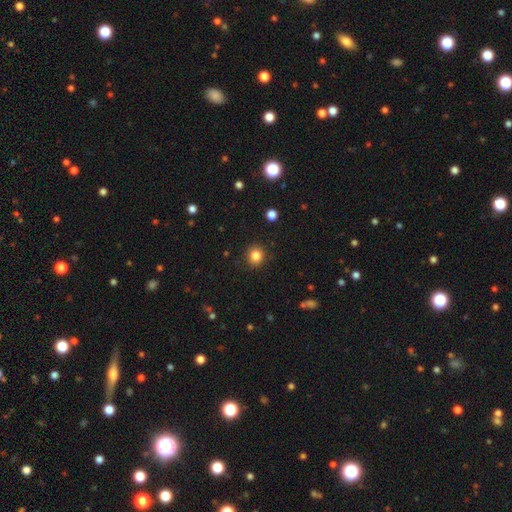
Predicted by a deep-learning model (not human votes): Smooth or featured? smooth (84%)
How rounded? round (89%)
Merging? none (91%)